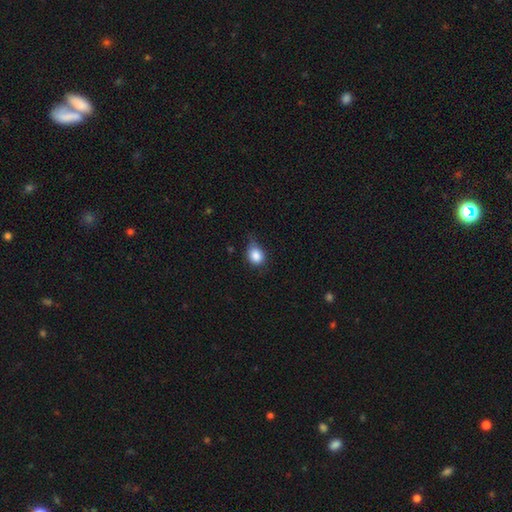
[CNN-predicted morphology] Overall: smooth (85%). How rounded: round (54%; in between 45%). Merging: none (51%; minor disturbance 39%).